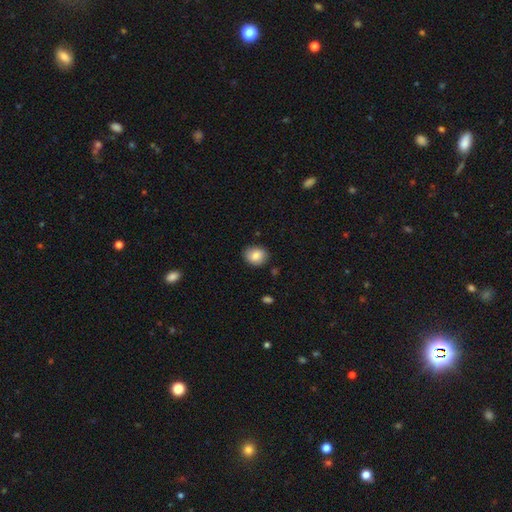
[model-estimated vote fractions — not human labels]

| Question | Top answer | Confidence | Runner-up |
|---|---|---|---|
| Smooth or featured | smooth | 83% | featured or disk (9%) |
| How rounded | round | 61% | in between (38%) |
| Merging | none | 86% | minor disturbance (10%) |